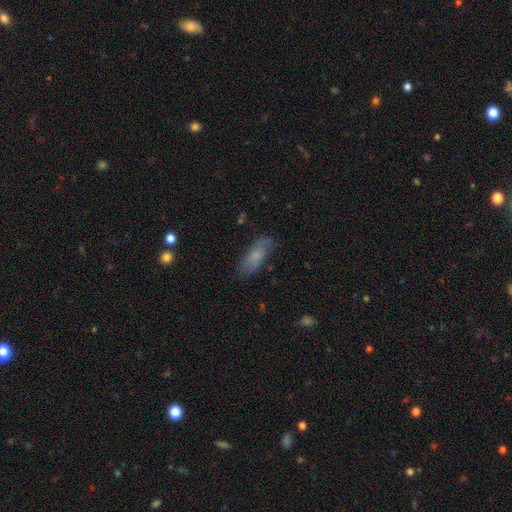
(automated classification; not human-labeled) smooth-or-featured: smooth: 64% | featured or disk: 28% | star or artifact: 8%
  how-rounded: in between: 67% | cigar-shaped: 30% | round: 2%
  merging: none: 73% | minor disturbance: 20% | major disturbance: 6% | merger: 2%